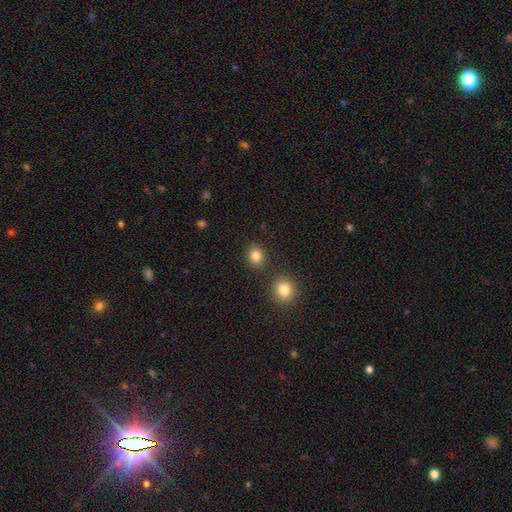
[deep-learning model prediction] A smooth galaxy with no disk features (84%) that is round (71%).

Vote fractions:
- Smooth or featured? smooth: 84% / star or artifact: 11% / featured or disk: 5%
- How rounded? round: 71% / in between: 28% / cigar-shaped: 1%
- Merging? none: 82% / minor disturbance: 9% / merger: 7% / major disturbance: 3%